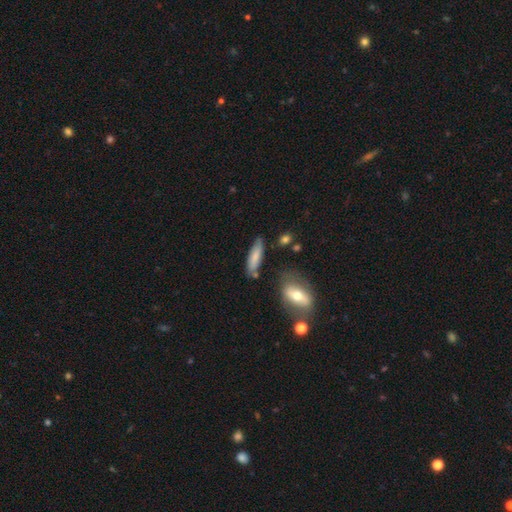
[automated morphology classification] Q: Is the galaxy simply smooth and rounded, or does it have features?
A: smooth — 76%.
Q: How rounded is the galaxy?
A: cigar-shaped — 59%.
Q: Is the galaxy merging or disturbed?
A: none — 71%.